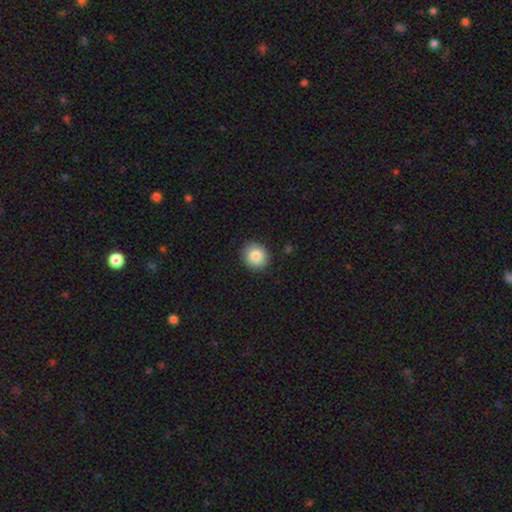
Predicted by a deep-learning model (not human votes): A smooth galaxy with no disk features (85%) that is round (84%).

Vote fractions:
- Smooth or featured? smooth: 85% / star or artifact: 8% / featured or disk: 7%
- How rounded? round: 84% / in between: 15% / cigar-shaped: 1%
- Merging? none: 91% / minor disturbance: 7% / major disturbance: 2% / merger: 1%